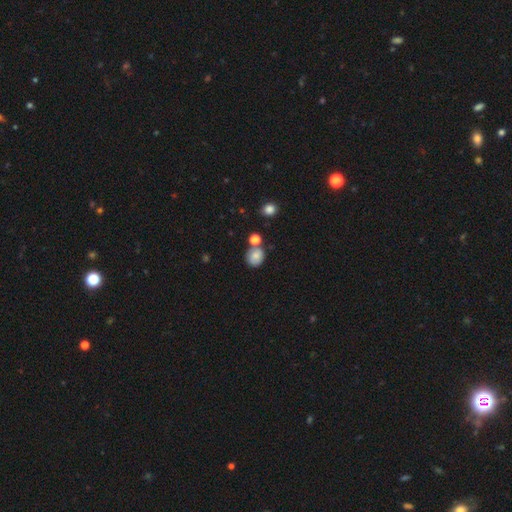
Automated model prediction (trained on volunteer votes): Morphology: type=smooth (80%); roundness=round (71%); merging=none (64%).